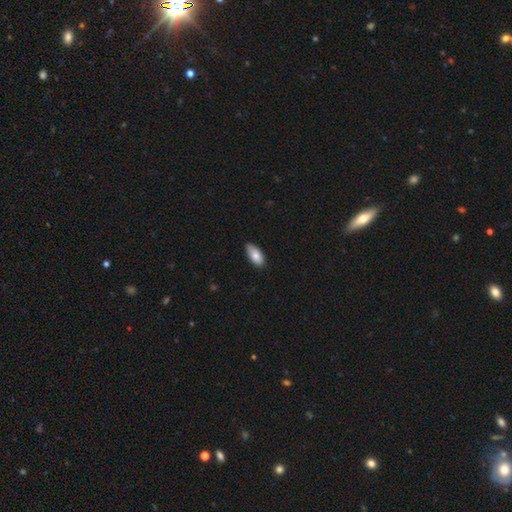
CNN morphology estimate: smooth_or_featured: smooth (p=0.81) [alt: featured or disk p=0.12]
how_rounded: in between (p=0.92) [alt: cigar-shaped p=0.06]
merging: none (p=0.81) [alt: minor disturbance p=0.16]